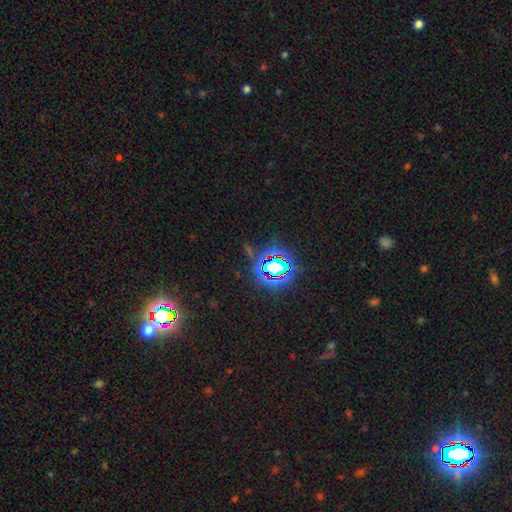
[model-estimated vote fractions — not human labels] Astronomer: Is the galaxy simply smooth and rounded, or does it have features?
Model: star or artifact — 81%.